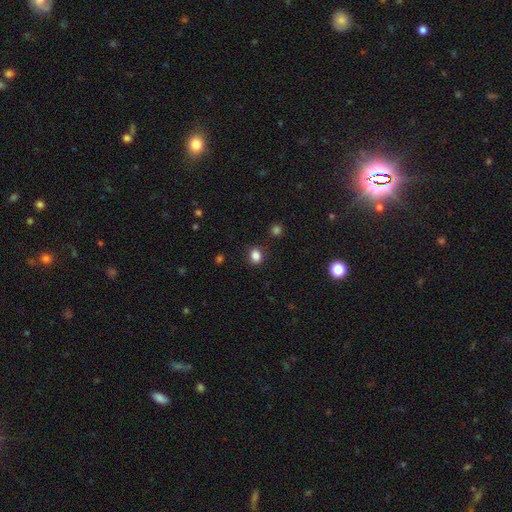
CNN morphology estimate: Overall: smooth (85%). How rounded: round (55%; in between 44%). Merging: none (87%).